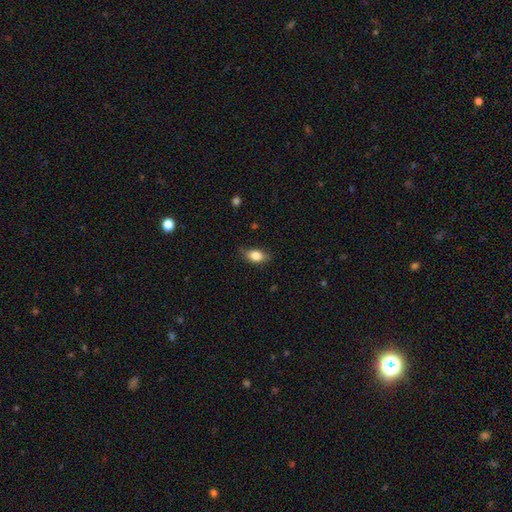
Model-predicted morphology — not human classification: A smooth galaxy with no disk features (82%) that is in between round and cigar-shaped (84%).

Vote fractions:
- Smooth or featured? smooth: 82% / featured or disk: 11% / star or artifact: 8%
- How rounded? in between: 84% / round: 11% / cigar-shaped: 5%
- Merging? none: 77% / minor disturbance: 19% / major disturbance: 3% / merger: 1%